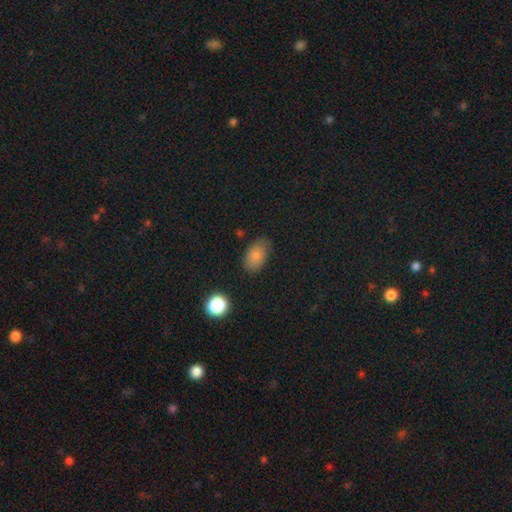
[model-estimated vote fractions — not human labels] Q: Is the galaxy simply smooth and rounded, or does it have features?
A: smooth — 83%.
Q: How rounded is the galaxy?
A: in between — 90%.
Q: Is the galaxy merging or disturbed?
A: none — 73%.